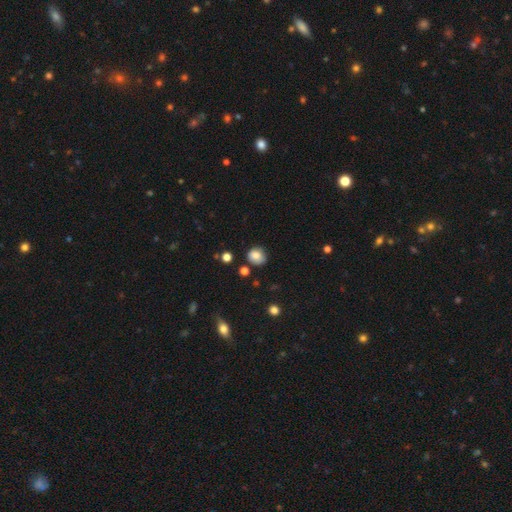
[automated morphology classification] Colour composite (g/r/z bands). It shows a smooth galaxy with no disk features (81%) that is round (80%). Merging: none (73%).